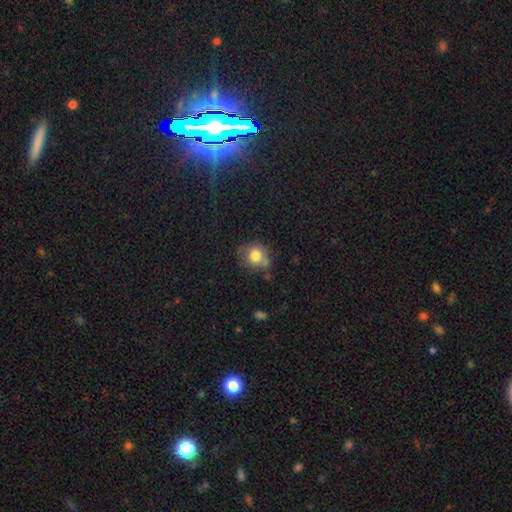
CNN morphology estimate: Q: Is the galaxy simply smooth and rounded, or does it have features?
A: smooth — 80%.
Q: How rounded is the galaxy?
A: round — 79%.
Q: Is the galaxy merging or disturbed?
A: none — 63%.